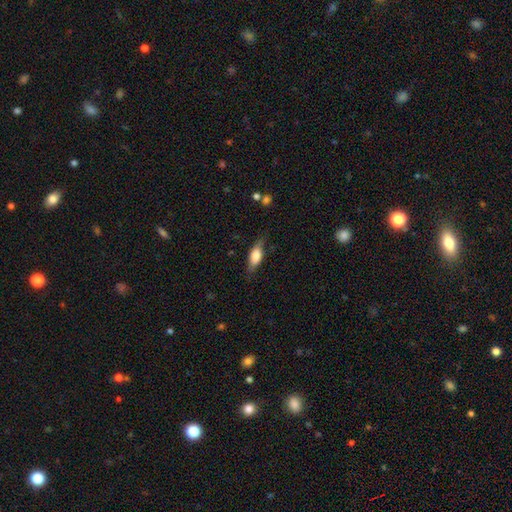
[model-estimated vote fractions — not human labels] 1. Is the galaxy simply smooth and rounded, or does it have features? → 67% smooth, 26% featured or disk, 7% star or artifact.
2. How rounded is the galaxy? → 74% in between, 22% cigar-shaped, 3% round.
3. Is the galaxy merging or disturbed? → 70% none, 22% minor disturbance, 6% major disturbance, 2% merger.